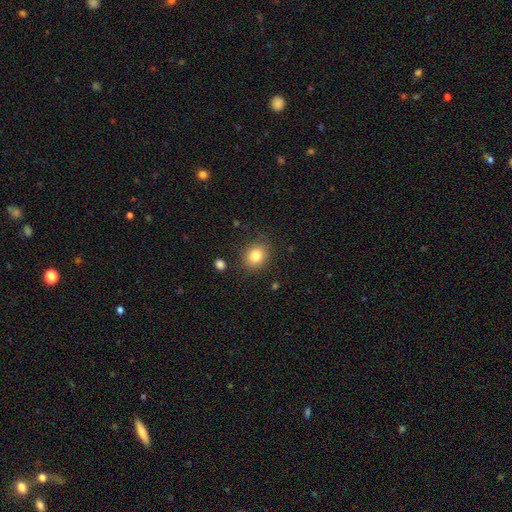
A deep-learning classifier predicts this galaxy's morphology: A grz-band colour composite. It shows a smooth galaxy with no disk features (82%) that is round (68%). Merging: none (83%).